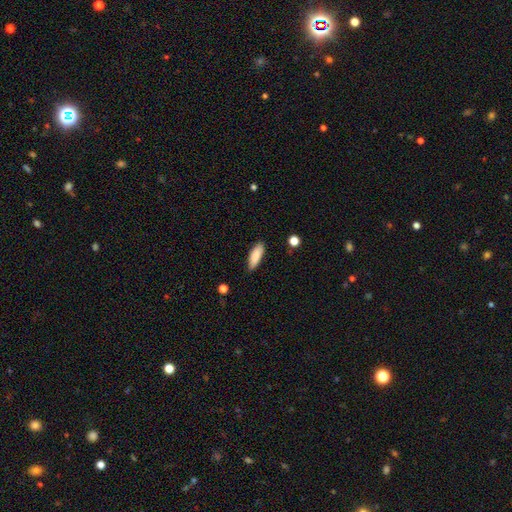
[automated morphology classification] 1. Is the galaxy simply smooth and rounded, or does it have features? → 88% smooth, 6% star or artifact, 6% featured or disk.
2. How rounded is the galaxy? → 64% in between, 35% cigar-shaped, 2% round.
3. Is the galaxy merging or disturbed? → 83% none, 13% minor disturbance, 2% major disturbance, 1% merger.